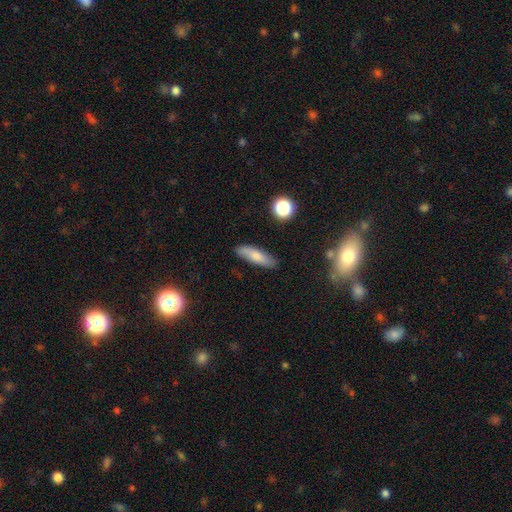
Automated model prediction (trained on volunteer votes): Smooth or featured: smooth — 74% (featured or disk — 18%)
How rounded: cigar-shaped — 58% (in between — 39%)
Merging: none — 84% (minor disturbance — 12%)